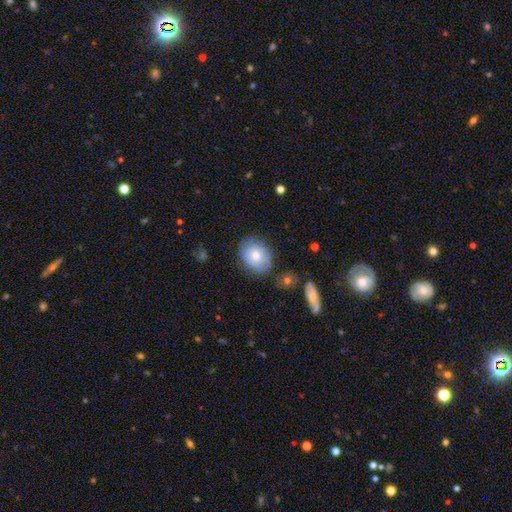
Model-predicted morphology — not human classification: A smooth galaxy with no disk features (67%) that is round (51%).

Vote fractions:
- Smooth or featured? smooth: 67% / featured or disk: 25% / star or artifact: 8%
- How rounded? round: 51% / in between: 48% / cigar-shaped: 1%
- Merging? none: 76% / minor disturbance: 17% / major disturbance: 4% / merger: 2%